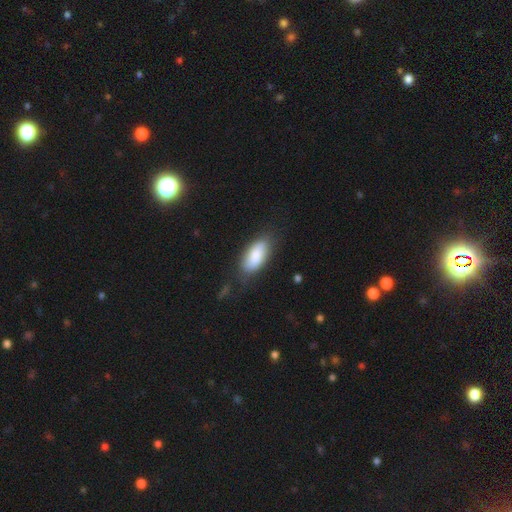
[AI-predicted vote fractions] A smooth galaxy with no disk features (80%) that is in between round and cigar-shaped (89%). Merging: none (72%).